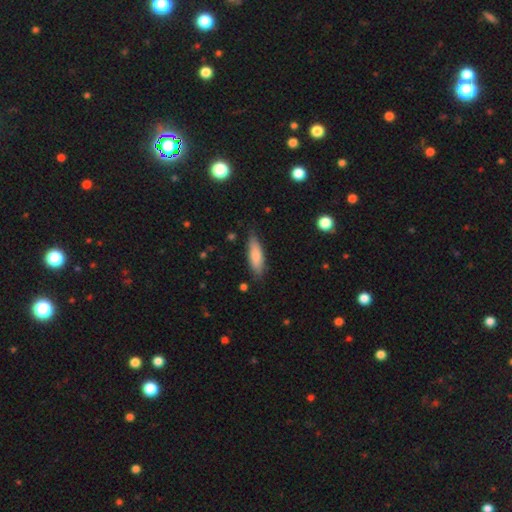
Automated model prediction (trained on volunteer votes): Smooth or featured: smooth — 79% (featured or disk — 15%)
How rounded: in between — 54% (cigar-shaped — 45%)
Merging: none — 78% (minor disturbance — 17%)